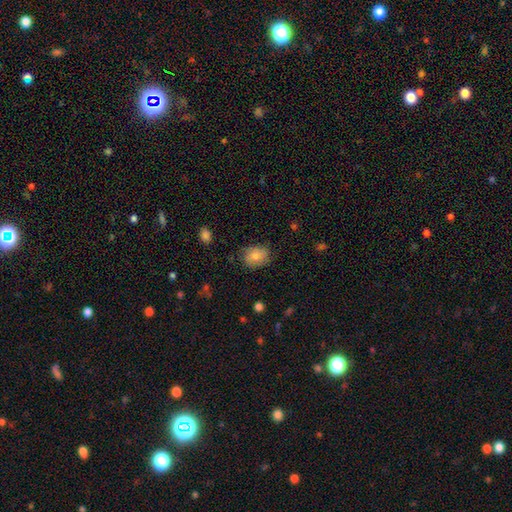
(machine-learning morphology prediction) A smooth galaxy with no disk features (76%) that is in between round and cigar-shaped (55%). Merging: none (76%).